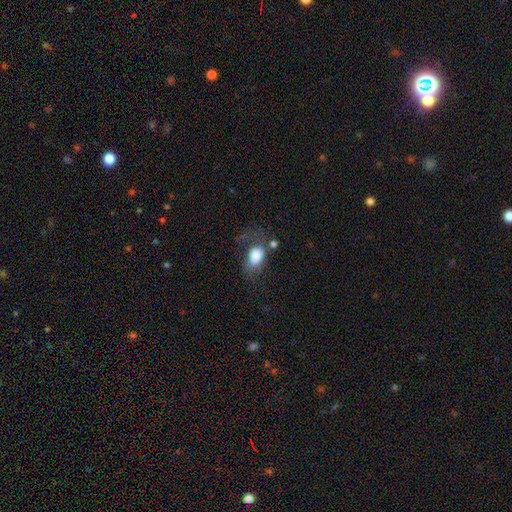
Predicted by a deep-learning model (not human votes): The model was most divided on "merging": none: 39%, major disturbance: 27%, minor disturbance: 24%, merger: 10%. More confident: how rounded — in between (81%); smooth or featured — smooth (79%).